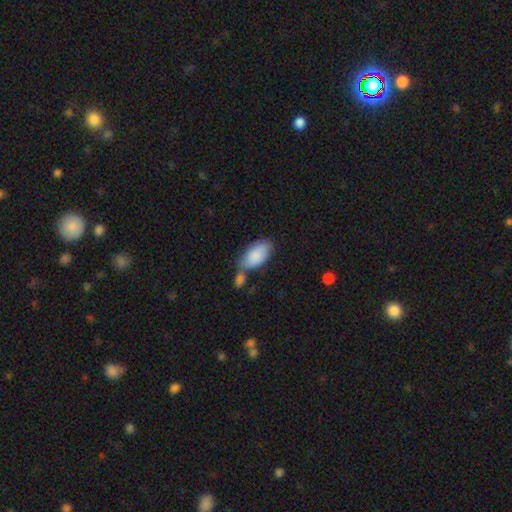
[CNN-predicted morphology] The model was most divided on "merging": none: 43%, merger: 31%, minor disturbance: 19%, major disturbance: 7%. More confident: how rounded — in between (94%); smooth or featured — smooth (85%).